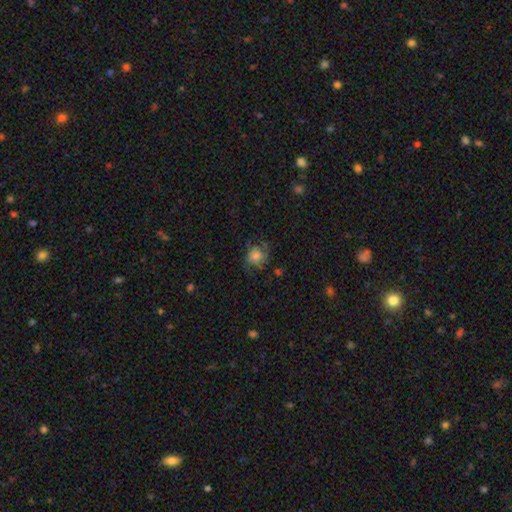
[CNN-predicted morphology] Smooth or featured? Predicted: smooth (p=0.62). How rounded? Predicted: round (p=0.73). Merging? Predicted: none (p=0.56).